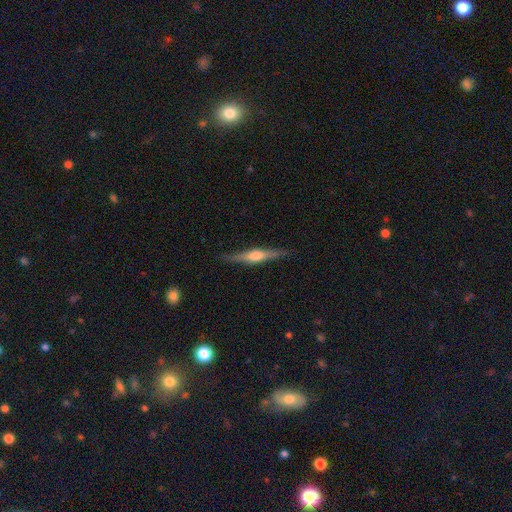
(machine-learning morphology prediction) Q: Smooth or featured?
A: featured or disk (66%); runner-up: smooth (29%)
Q: Edge-on disk?
A: yes (97%); runner-up: no (3%)
Q: Edge-on bulge?
A: rounded (86%); runner-up: boxy (9%)
Q: Merging?
A: none (87%); runner-up: minor disturbance (10%)